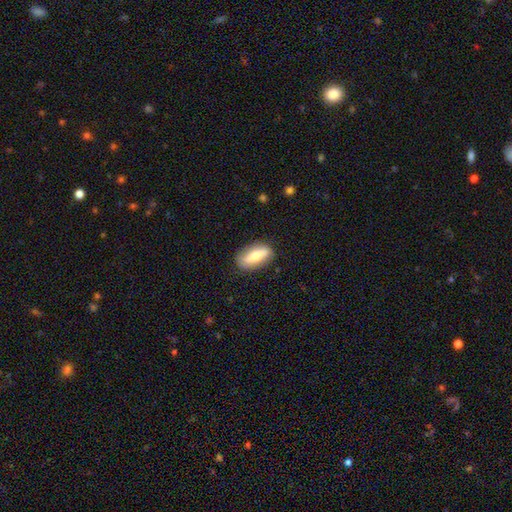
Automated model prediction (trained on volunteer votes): Overall: smooth (69%). How rounded: in between (77%). Merging: none (84%).